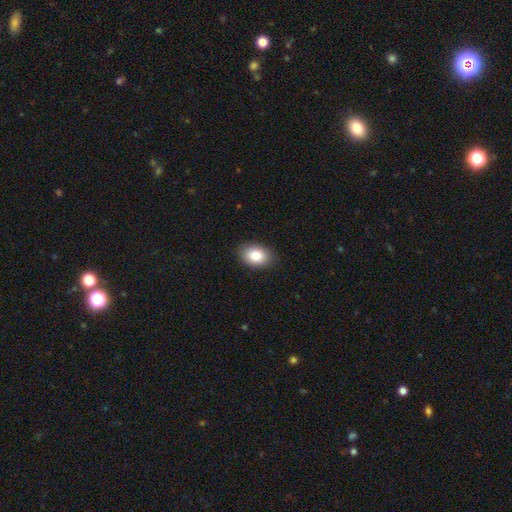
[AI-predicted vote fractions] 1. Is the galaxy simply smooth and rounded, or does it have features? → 84% smooth, 8% featured or disk, 8% star or artifact.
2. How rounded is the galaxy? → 81% in between, 18% round, 1% cigar-shaped.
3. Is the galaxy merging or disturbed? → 88% none, 9% minor disturbance, 2% major disturbance, 1% merger.